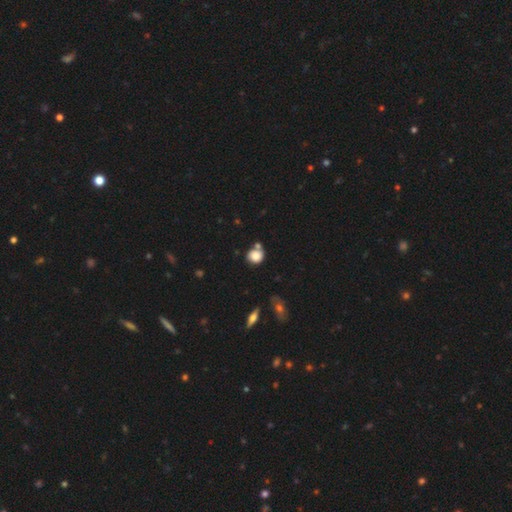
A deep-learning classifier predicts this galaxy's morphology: Q: Smooth or featured?
A: smooth (83%); runner-up: star or artifact (9%)
Q: How rounded?
A: round (80%); runner-up: in between (19%)
Q: Merging?
A: none (59%); runner-up: merger (23%)